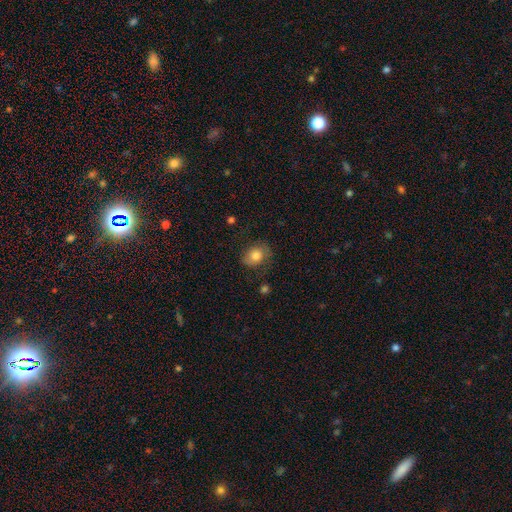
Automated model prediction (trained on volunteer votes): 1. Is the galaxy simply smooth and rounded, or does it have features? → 78% smooth, 13% featured or disk, 9% star or artifact.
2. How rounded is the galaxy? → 54% in between, 45% round, 1% cigar-shaped.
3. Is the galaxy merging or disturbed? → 68% none, 22% minor disturbance, 9% major disturbance, 2% merger.